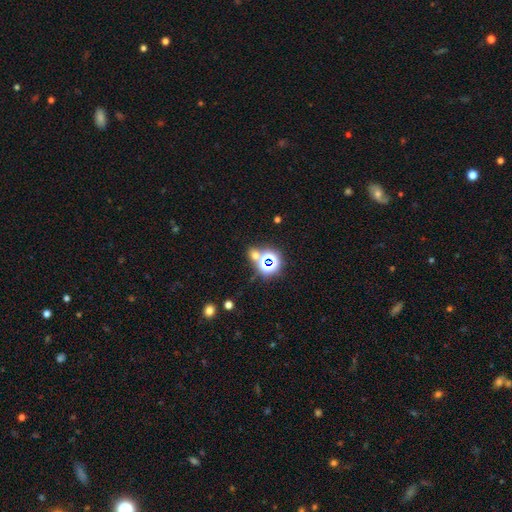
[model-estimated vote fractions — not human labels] Smooth or featured: star or artifact — 53% (smooth — 38%)